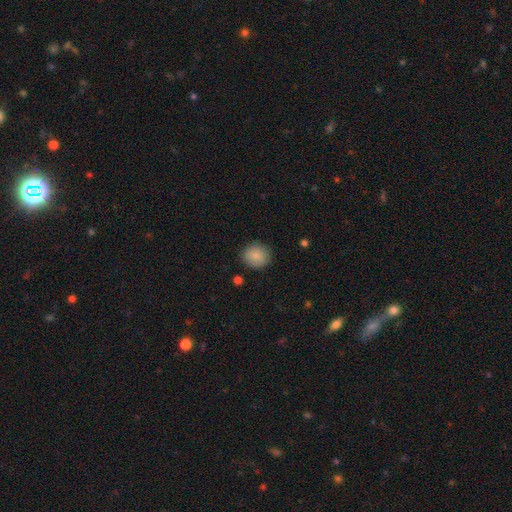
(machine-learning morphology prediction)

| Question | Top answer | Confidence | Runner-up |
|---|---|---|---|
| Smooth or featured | smooth | 87% | star or artifact (8%) |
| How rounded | round | 85% | in between (14%) |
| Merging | none | 87% | minor disturbance (9%) |